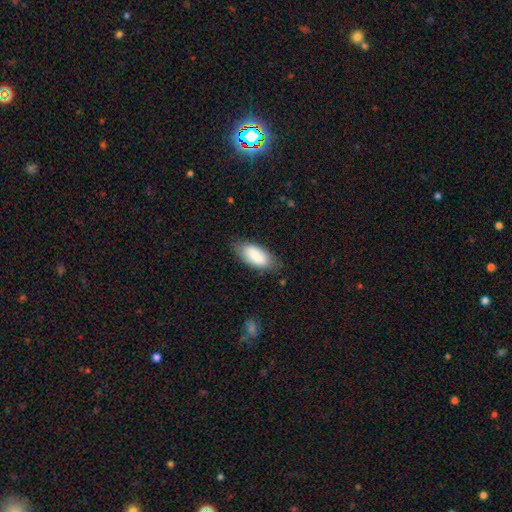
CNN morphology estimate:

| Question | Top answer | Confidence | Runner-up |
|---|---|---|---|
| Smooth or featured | smooth | 86% | featured or disk (8%) |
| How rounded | in between | 88% | cigar-shaped (10%) |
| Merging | none | 78% | minor disturbance (17%) |